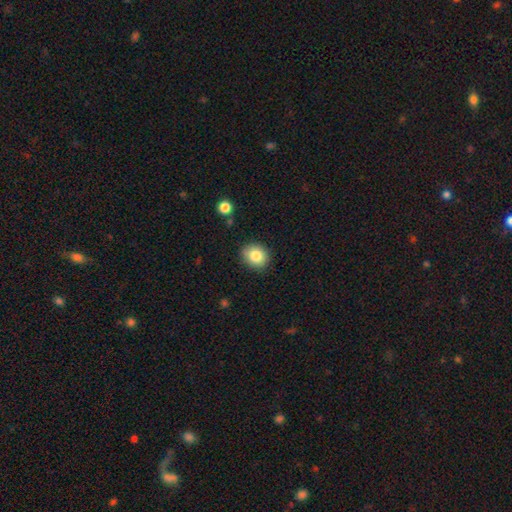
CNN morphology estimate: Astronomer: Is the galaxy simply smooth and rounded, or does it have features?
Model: smooth — 84%.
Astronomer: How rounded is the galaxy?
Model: round — 66%.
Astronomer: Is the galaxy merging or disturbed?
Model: none — 86%.